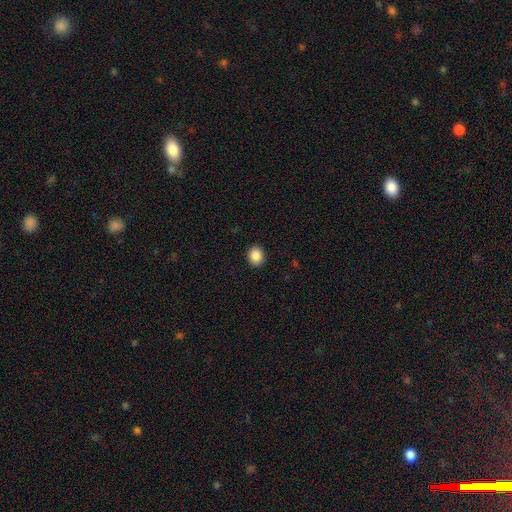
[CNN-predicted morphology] This is clearly a smooth galaxy (87%). How rounded: possibly round (57%). Merging: clearly none (92%).